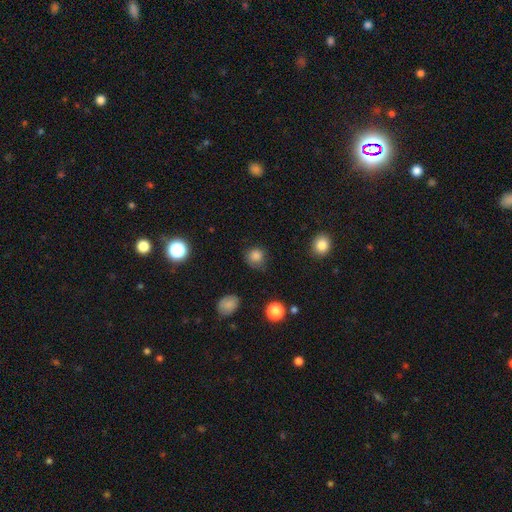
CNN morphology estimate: Smooth or featured? smooth (82%)
How rounded? round (88%)
Merging? none (72%)